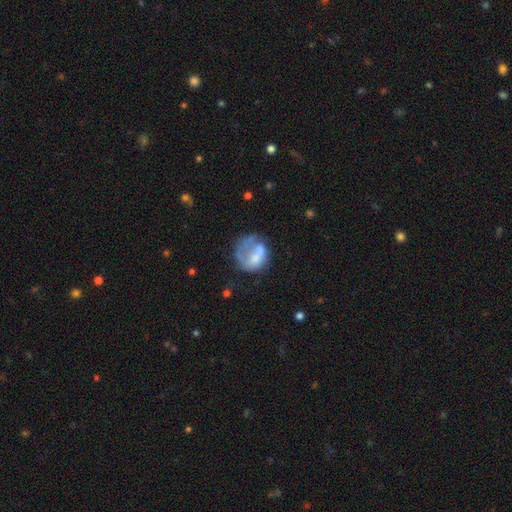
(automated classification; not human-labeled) smooth_or_featured: featured or disk (p=0.47) [alt: smooth p=0.44]
merging: major disturbance (p=0.35) [alt: none p=0.33]